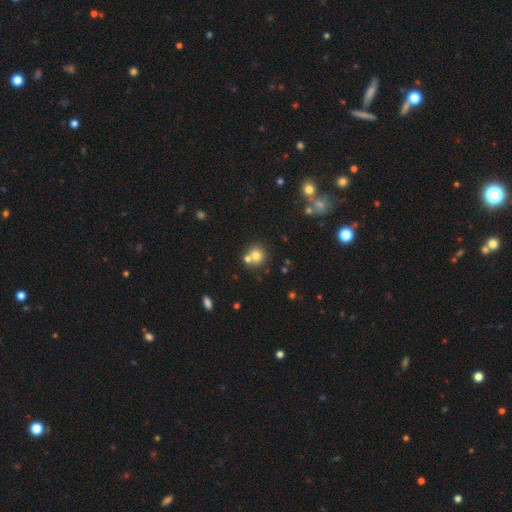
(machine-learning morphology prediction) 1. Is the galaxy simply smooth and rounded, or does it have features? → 75% smooth, 13% star or artifact, 12% featured or disk.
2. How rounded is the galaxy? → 89% round, 10% in between, 1% cigar-shaped.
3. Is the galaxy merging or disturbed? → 60% none, 29% merger, 8% minor disturbance, 3% major disturbance.